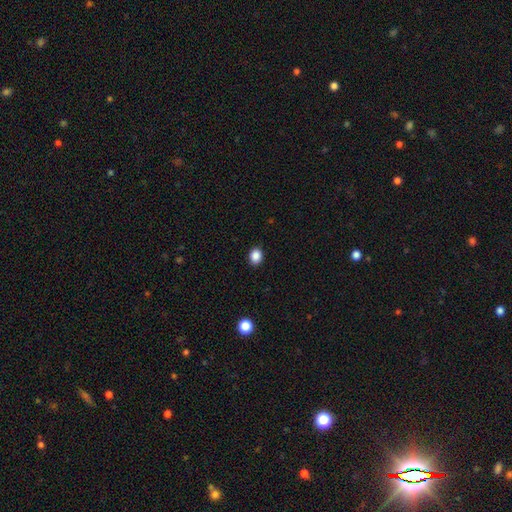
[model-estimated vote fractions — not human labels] This is clearly a smooth galaxy (88%). How rounded: possibly round (51%). Merging: clearly none (90%).